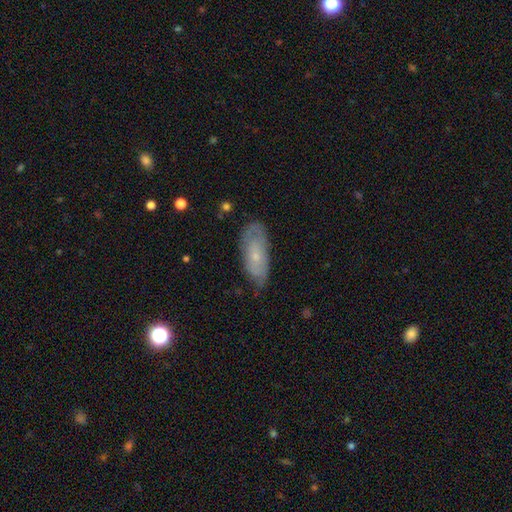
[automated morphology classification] smooth_or_featured: featured or disk (p=0.47) [alt: smooth p=0.46]
merging: none (p=0.63) [alt: minor disturbance p=0.28]